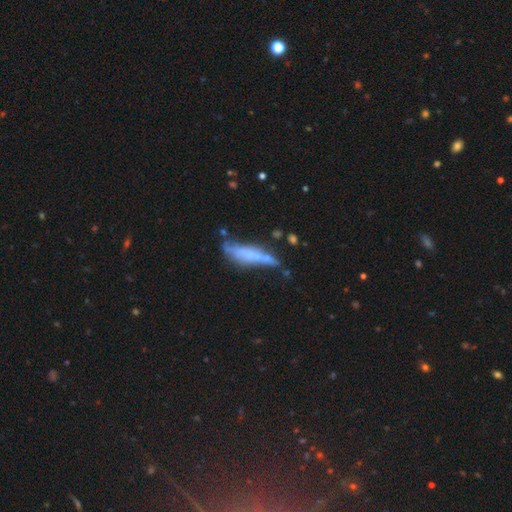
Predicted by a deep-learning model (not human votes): smooth-or-featured: smooth: 46% | featured or disk: 43% | star or artifact: 11%
  merging: none: 48% | minor disturbance: 30% | major disturbance: 14% | merger: 8%